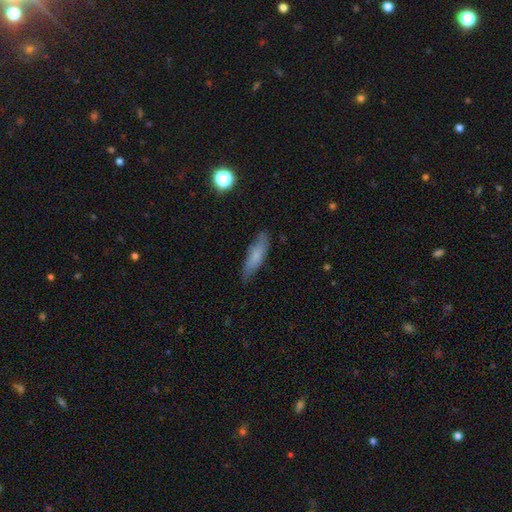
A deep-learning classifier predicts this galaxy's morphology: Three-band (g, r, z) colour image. It shows a smooth galaxy with no disk features (69%) that is cigar-shaped (63%). Merging: none (79%).